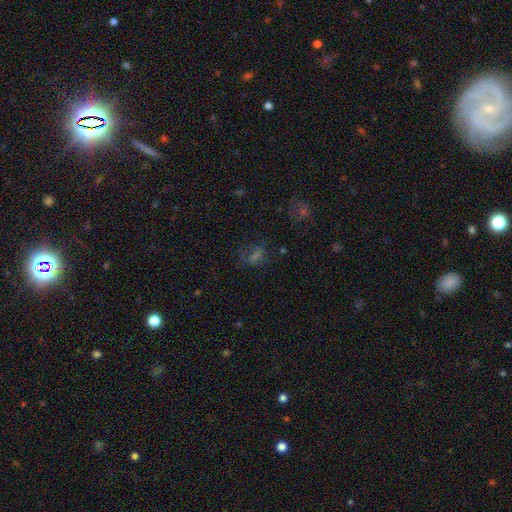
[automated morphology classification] Overall: smooth (42%; star or artifact 39%). Merging: none (62%).